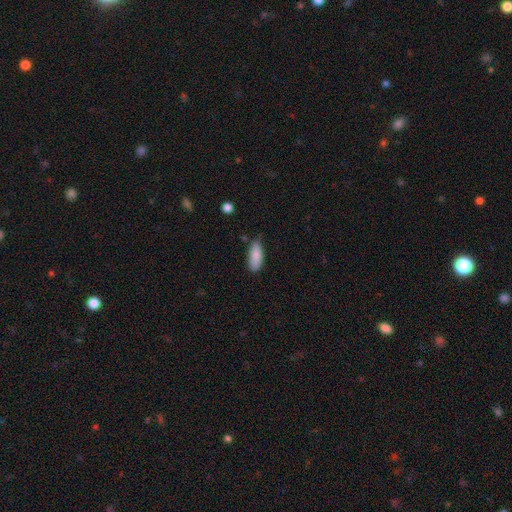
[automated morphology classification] type=smooth (86%); roundness=in between (77%); merging=none (73%).